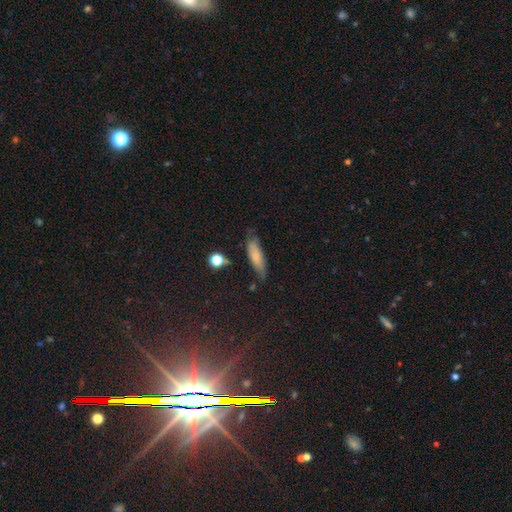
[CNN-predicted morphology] A smooth galaxy with no disk features (72%) that is cigar-shaped (49%).

Vote fractions:
- Smooth or featured? smooth: 72% / featured or disk: 19% / star or artifact: 9%
- How rounded? cigar-shaped: 49% / in between: 48% / round: 3%
- Merging? none: 64% / minor disturbance: 26% / major disturbance: 7% / merger: 3%